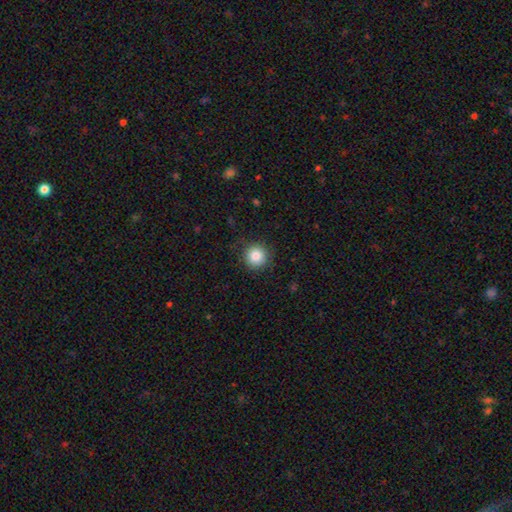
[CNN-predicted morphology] smooth-or-featured: smooth: 84% | star or artifact: 10% | featured or disk: 6%
  how-rounded: round: 94% | in between: 5% | cigar-shaped: 1%
  merging: none: 87% | minor disturbance: 9% | major disturbance: 3% | merger: 1%